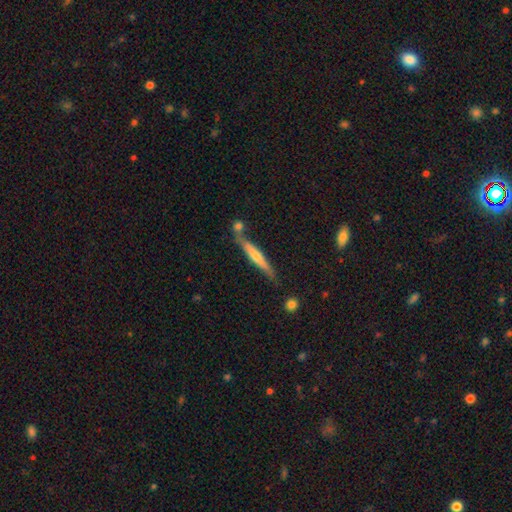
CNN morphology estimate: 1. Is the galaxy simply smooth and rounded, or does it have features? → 60% featured or disk, 33% smooth, 7% star or artifact.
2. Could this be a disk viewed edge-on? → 96% yes, 4% no.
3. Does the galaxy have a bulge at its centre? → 64% rounded, 26% none, 10% boxy.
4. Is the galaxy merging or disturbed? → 75% none, 12% minor disturbance, 10% merger, 3% major disturbance.